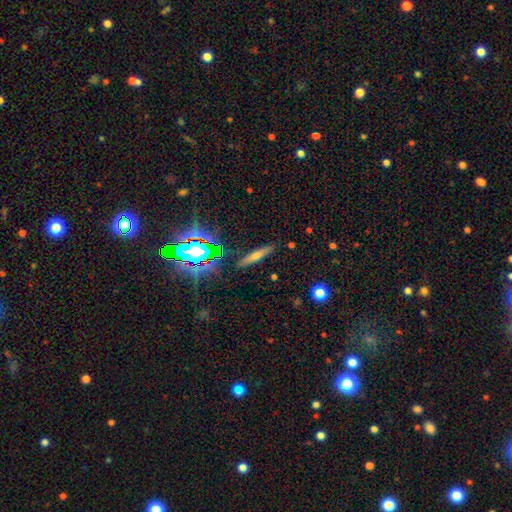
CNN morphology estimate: Smooth or featured? smooth (44%)
Merging? none (87%)